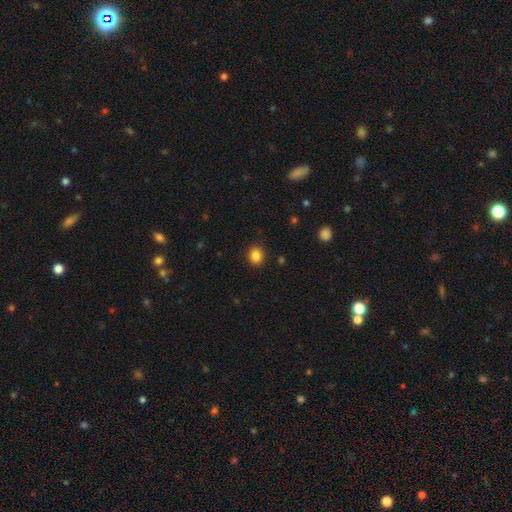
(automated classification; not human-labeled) smooth 85%, star or artifact 11%, featured or disk 4%. Down the decision tree: how rounded — round (76%); merging — none (90%).